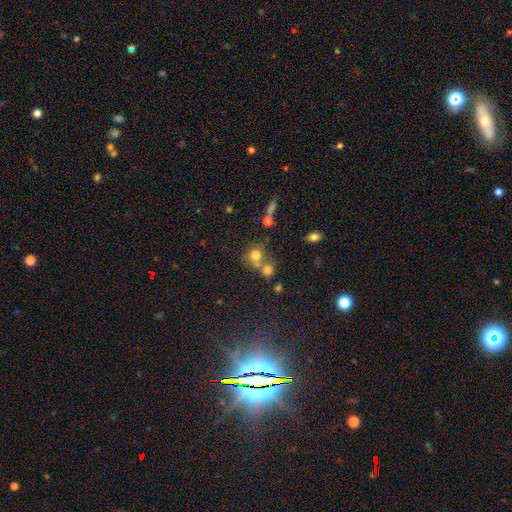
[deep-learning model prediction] smooth 73%, star or artifact 15%, featured or disk 12%. Down the decision tree: how rounded — round (83%); merging — none (46%).